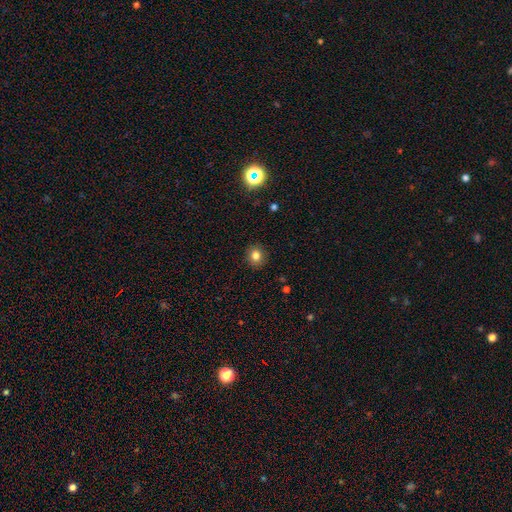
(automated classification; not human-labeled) This is clearly a smooth galaxy (81%). How rounded: clearly round (82%). Merging: clearly none (90%).